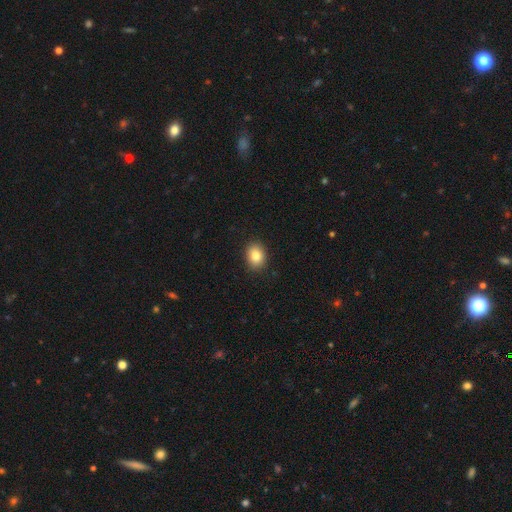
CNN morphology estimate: Overall: smooth (84%). How rounded: in between (63%; round 36%). Merging: none (90%).